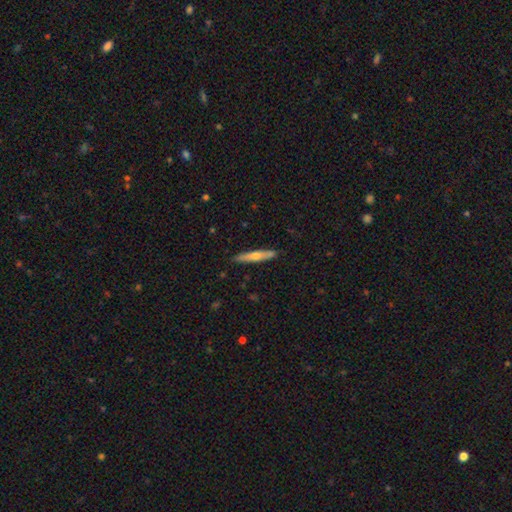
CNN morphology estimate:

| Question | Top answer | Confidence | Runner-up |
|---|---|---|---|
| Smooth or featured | smooth | 48% | featured or disk (46%) |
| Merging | none | 88% | minor disturbance (9%) |